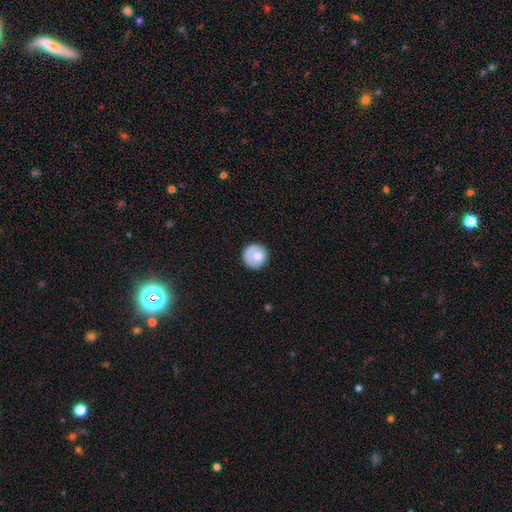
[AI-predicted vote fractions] smooth-or-featured: smooth: 72% | featured or disk: 21% | star or artifact: 7%
  how-rounded: round: 92% | in between: 7% | cigar-shaped: 1%
  merging: none: 75% | minor disturbance: 16% | major disturbance: 6% | merger: 2%